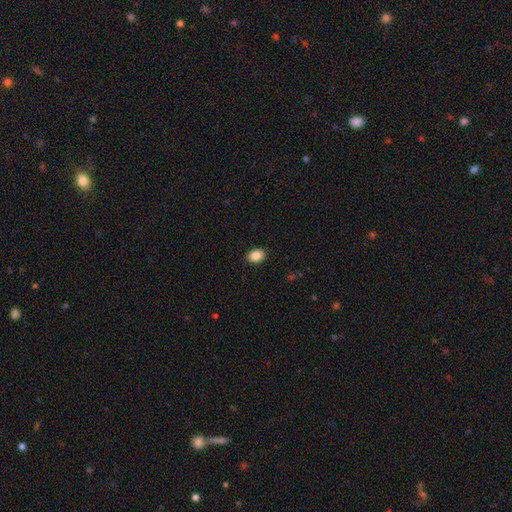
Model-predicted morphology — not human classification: A smooth galaxy with no disk features (87%) that is in between round and cigar-shaped (76%).

Vote fractions:
- Smooth or featured? smooth: 87% / star or artifact: 8% / featured or disk: 4%
- How rounded? in between: 76% / round: 23% / cigar-shaped: 1%
- Merging? none: 90% / minor disturbance: 7% / major disturbance: 2% / merger: 1%